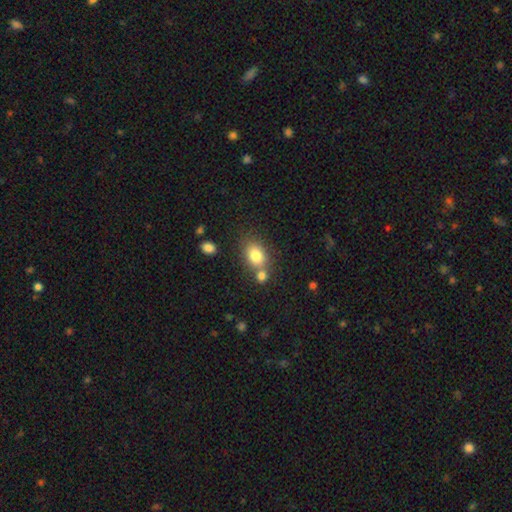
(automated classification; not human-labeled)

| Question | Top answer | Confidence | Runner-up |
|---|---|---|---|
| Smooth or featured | smooth | 81% | featured or disk (10%) |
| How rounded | in between | 68% | round (30%) |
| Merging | none | 52% | merger (32%) |